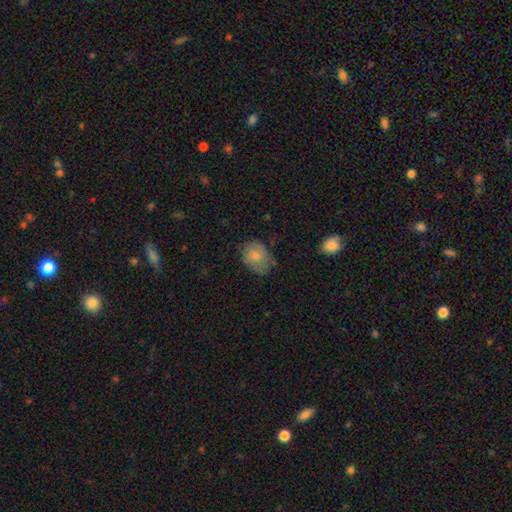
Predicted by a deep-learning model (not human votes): A smooth galaxy with no disk features (76%) that is in between round and cigar-shaped (62%). Merging: none (52%).